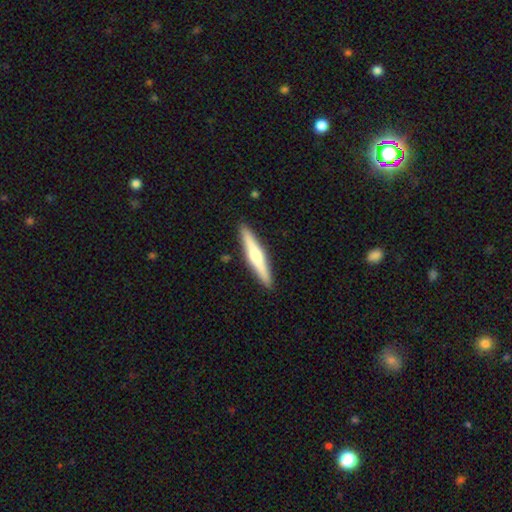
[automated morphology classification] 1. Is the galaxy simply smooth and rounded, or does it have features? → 57% featured or disk, 38% smooth, 5% star or artifact.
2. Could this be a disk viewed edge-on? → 97% yes, 3% no.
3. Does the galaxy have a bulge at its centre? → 84% rounded, 9% none, 7% boxy.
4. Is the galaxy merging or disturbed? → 92% none, 6% minor disturbance, 1% major disturbance, 1% merger.